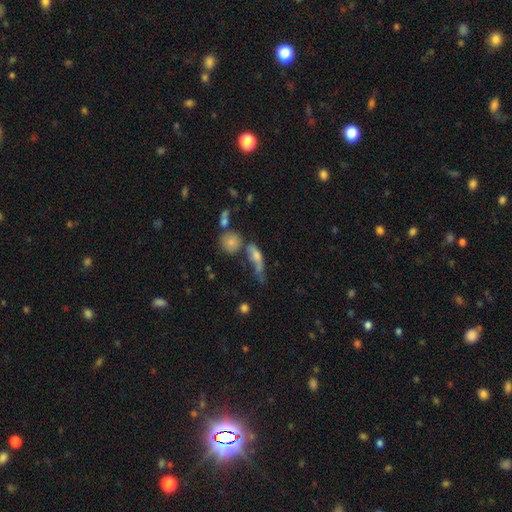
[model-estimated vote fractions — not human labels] The model was most divided on "smooth or featured": smooth: 50%, featured or disk: 36%, star or artifact: 14%. Remaining: merging — none (39%).